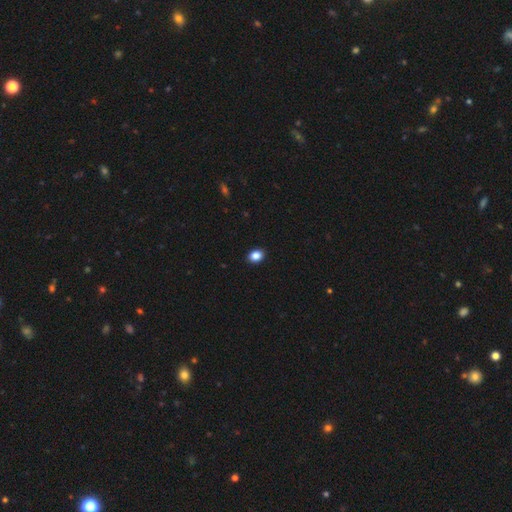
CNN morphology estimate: type=smooth (87%); roundness=in between (61%); merging=none (92%).